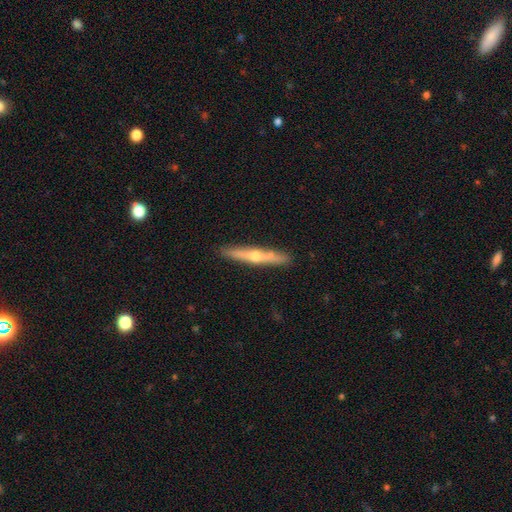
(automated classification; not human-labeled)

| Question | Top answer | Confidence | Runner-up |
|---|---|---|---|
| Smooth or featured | featured or disk | 64% | smooth (30%) |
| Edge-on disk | yes | 95% | no (5%) |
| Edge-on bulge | rounded | 85% | none (13%) |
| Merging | none | 91% | minor disturbance (7%) |